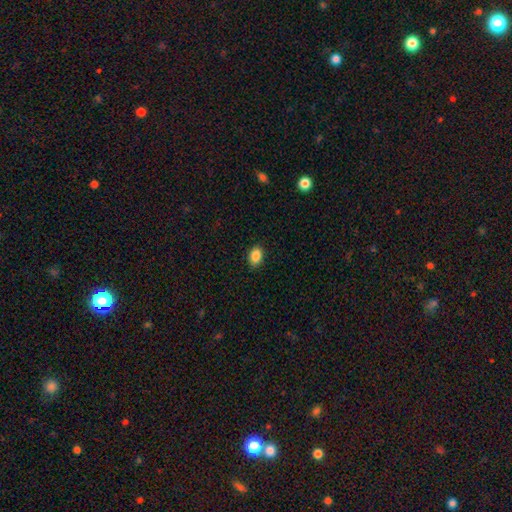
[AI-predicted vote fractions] Smooth or featured?
  - smooth: 88% *
  - star or artifact: 8%
  - featured or disk: 4%
How rounded?
  - in between: 80% *
  - round: 19%
  - cigar-shaped: 1%
Merging?
  - none: 89% *
  - minor disturbance: 8%
  - major disturbance: 2%
  - merger: 1%